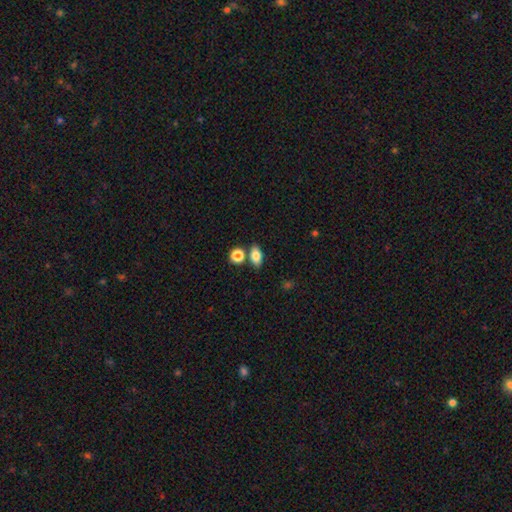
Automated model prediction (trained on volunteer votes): Smooth or featured: smooth — 82% (featured or disk — 9%)
How rounded: in between — 83% (round — 13%)
Merging: none — 72% (merger — 15%)